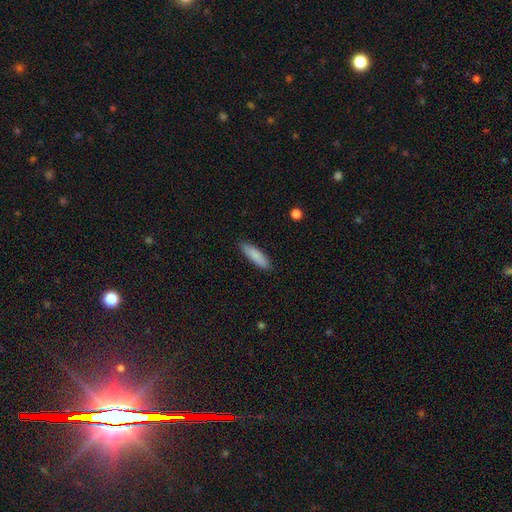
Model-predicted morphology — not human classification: Smooth or featured? Predicted: smooth (p=0.86). How rounded? Predicted: cigar-shaped (p=0.66). Merging? Predicted: none (p=0.89).